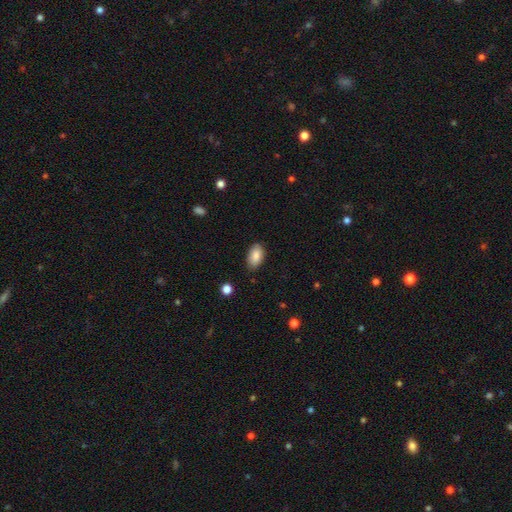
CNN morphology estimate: Q: Smooth or featured?
A: smooth (86%); runner-up: star or artifact (7%)
Q: How rounded?
A: in between (93%); runner-up: round (5%)
Q: Merging?
A: none (84%); runner-up: minor disturbance (13%)